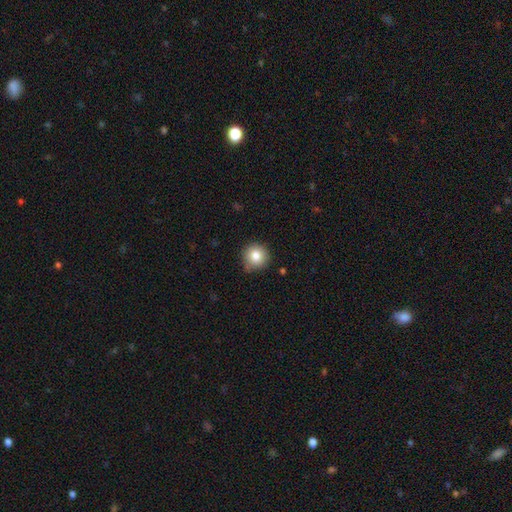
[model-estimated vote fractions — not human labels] Overall: smooth (83%). How rounded: round (94%). Merging: none (84%).